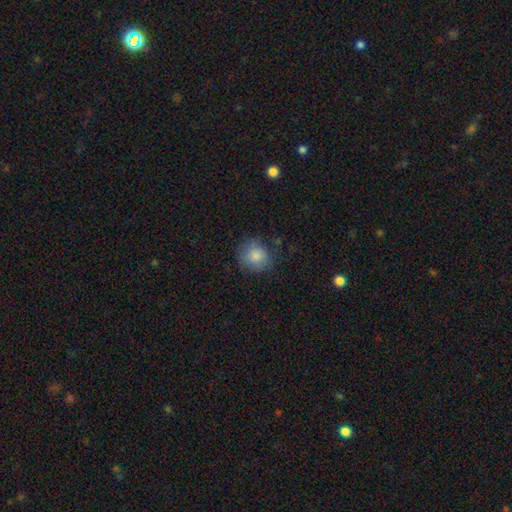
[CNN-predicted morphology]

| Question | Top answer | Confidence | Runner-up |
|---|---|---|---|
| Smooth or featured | smooth | 82% | featured or disk (10%) |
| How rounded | round | 86% | in between (13%) |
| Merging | none | 71% | minor disturbance (20%) |